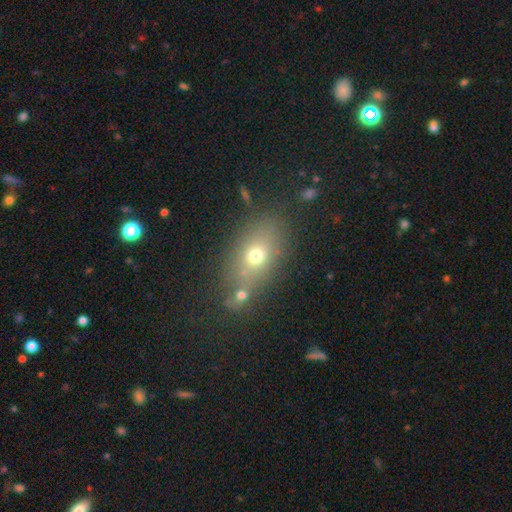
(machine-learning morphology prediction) smooth_or_featured: smooth (p=0.66) [alt: featured or disk p=0.18]
how_rounded: in between (p=0.73) [alt: round p=0.23]
merging: none (p=0.62) [alt: merger p=0.18]